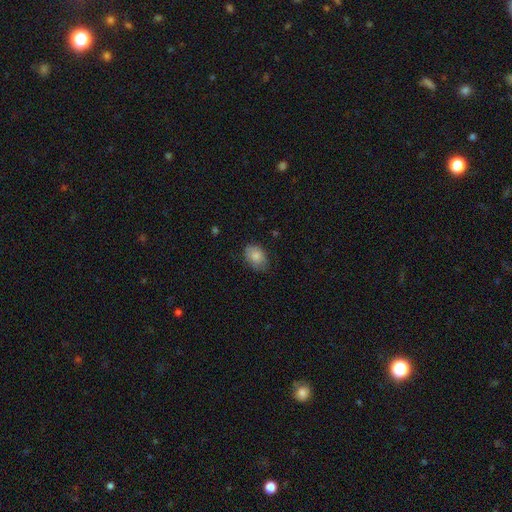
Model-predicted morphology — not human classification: Smooth or featured? Predicted: smooth (p=0.79). How rounded? Predicted: in between (p=0.78). Merging? Predicted: none (p=0.72).